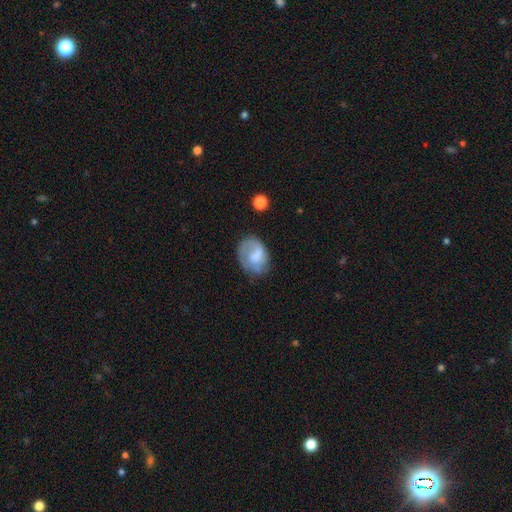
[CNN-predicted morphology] Smooth or featured? smooth (55%)
How rounded? in between (58%)
Merging? none (52%)